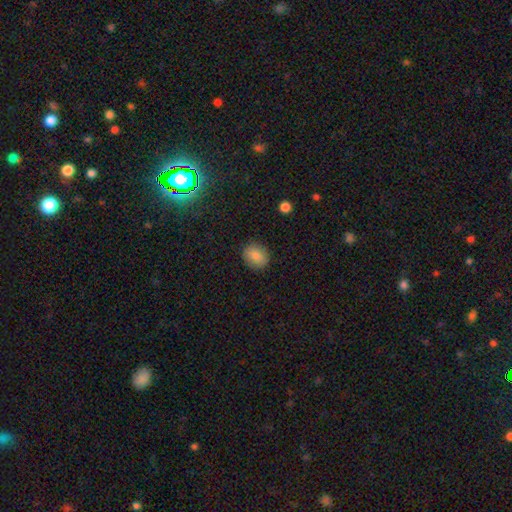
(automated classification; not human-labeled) Smooth or featured: smooth — 84% (star or artifact — 9%)
How rounded: round — 54% (in between — 45%)
Merging: none — 88% (minor disturbance — 9%)